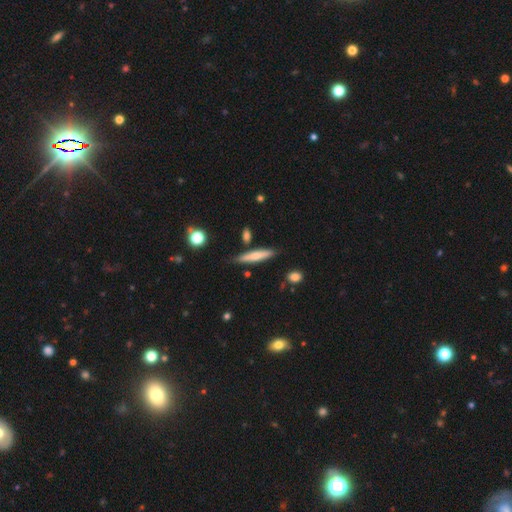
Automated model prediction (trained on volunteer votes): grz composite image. It shows a smooth galaxy with no disk features (66%) that is cigar-shaped (89%). Merging: none (80%).